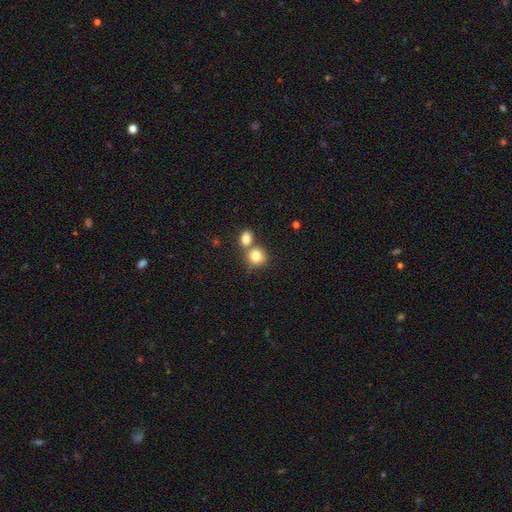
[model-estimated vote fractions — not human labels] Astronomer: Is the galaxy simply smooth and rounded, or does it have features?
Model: smooth — 81%.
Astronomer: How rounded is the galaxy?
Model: round — 78%.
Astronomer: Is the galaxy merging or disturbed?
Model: none — 44%, tied with merger at 44%.